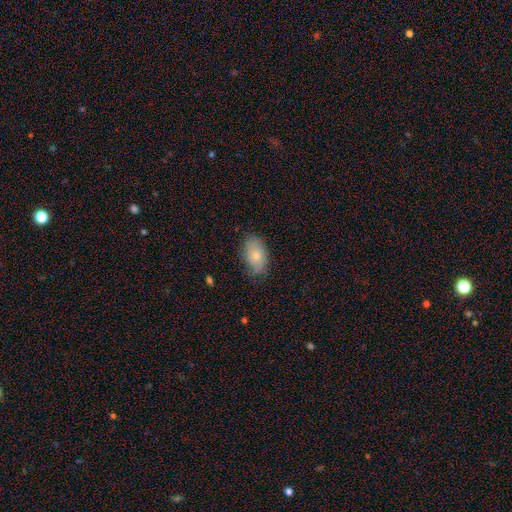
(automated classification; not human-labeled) smooth 77%, featured or disk 16%, star or artifact 7%. Down the decision tree: how rounded — in between (91%); merging — none (81%).